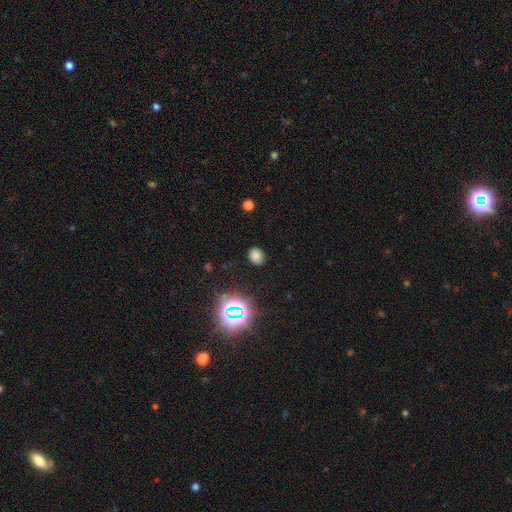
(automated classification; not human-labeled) This is likely a smooth galaxy (72%). How rounded: possibly round (56%). Merging: clearly none (84%).